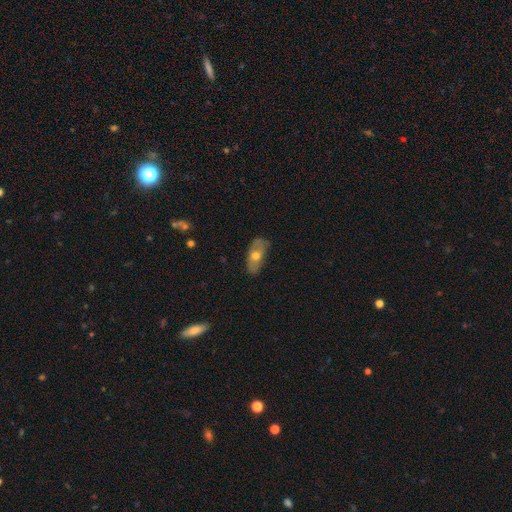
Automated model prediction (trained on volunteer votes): Smooth or featured: smooth — 48% (featured or disk — 45%)
Merging: none — 64% (minor disturbance — 26%)